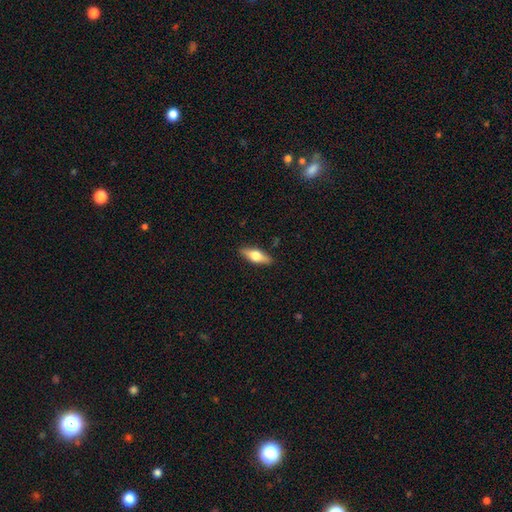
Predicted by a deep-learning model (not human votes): A smooth galaxy with no disk features (49%).

Vote fractions:
- Smooth or featured? smooth: 49% / featured or disk: 45% / star or artifact: 6%
- Merging? none: 89% / minor disturbance: 8% / major disturbance: 2% / merger: 1%